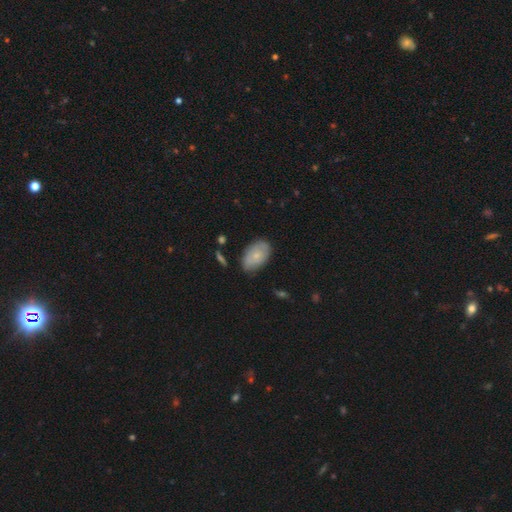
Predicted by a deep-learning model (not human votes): smooth-or-featured: smooth: 70% | featured or disk: 24% | star or artifact: 6%
  how-rounded: in between: 92% | round: 7% | cigar-shaped: 1%
  merging: none: 77% | minor disturbance: 17% | major disturbance: 3% | merger: 2%